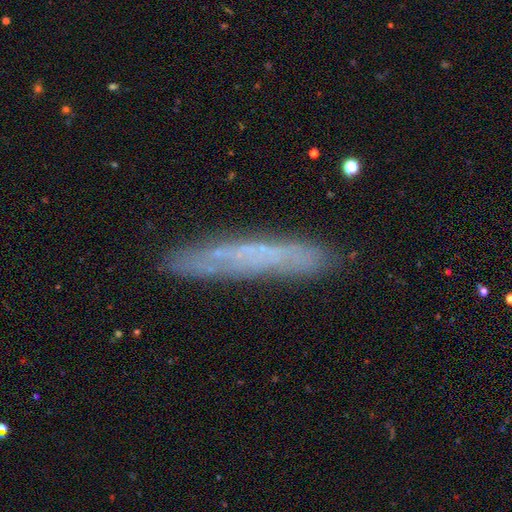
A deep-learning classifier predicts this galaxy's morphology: Smooth or featured? featured or disk (48%)
Merging? none (82%)